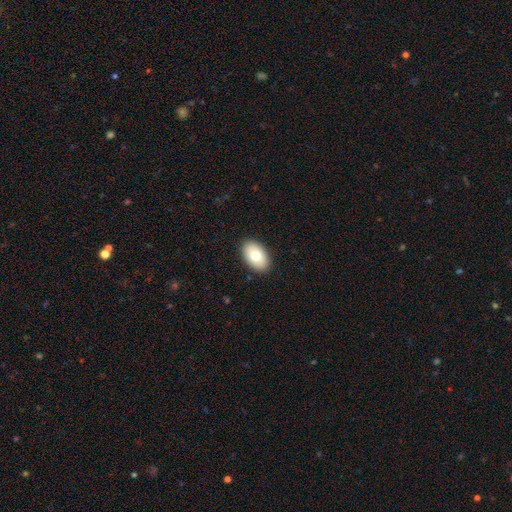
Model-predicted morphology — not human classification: Smooth or featured? smooth (76%)
How rounded? in between (92%)
Merging? none (90%)